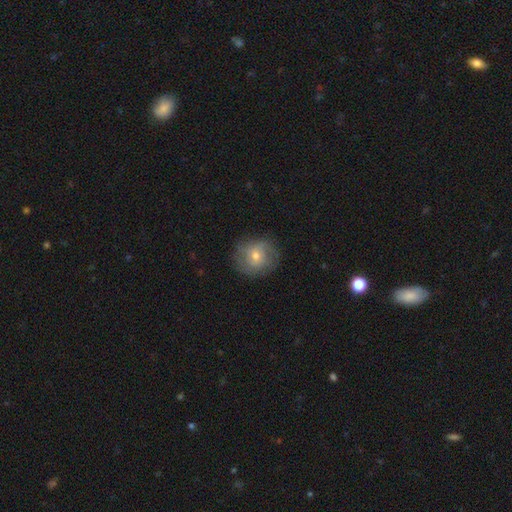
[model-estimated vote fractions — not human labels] smooth_or_featured: smooth (p=0.55) [alt: featured or disk p=0.37]
how_rounded: round (p=0.85) [alt: in between p=0.14]
merging: none (p=0.76) [alt: minor disturbance p=0.16]